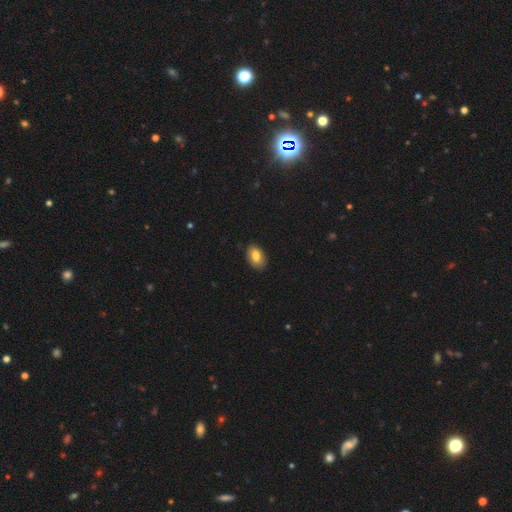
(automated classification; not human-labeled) Smooth or featured? smooth (81%)
How rounded? in between (88%)
Merging? none (82%)